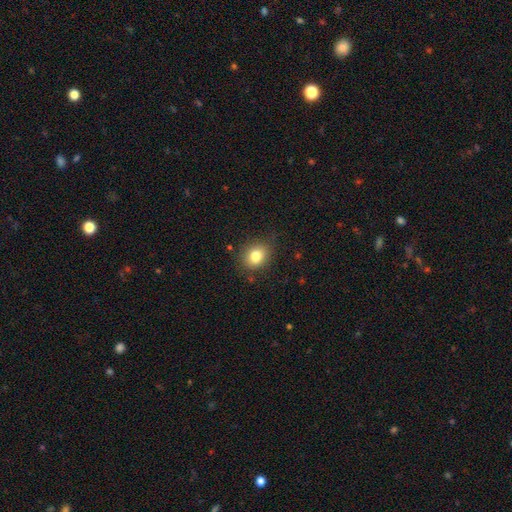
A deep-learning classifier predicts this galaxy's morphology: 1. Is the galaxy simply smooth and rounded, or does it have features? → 81% smooth, 11% star or artifact, 8% featured or disk.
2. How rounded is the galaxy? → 53% round, 46% in between, 1% cigar-shaped.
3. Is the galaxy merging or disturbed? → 80% none, 15% minor disturbance, 4% major disturbance, 2% merger.